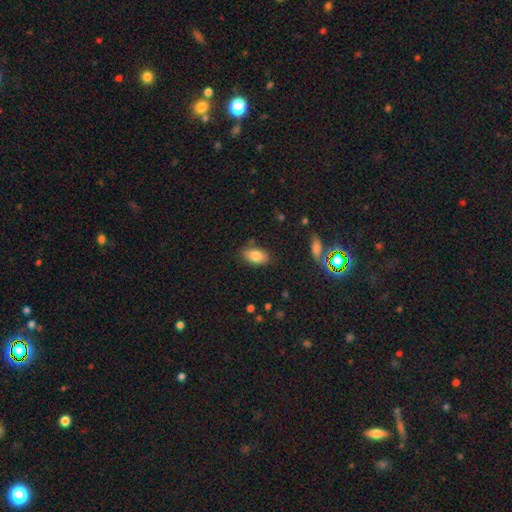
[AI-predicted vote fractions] smooth 84%, star or artifact 9%, featured or disk 7%. Down the decision tree: how rounded — in between (91%); merging — none (82%).